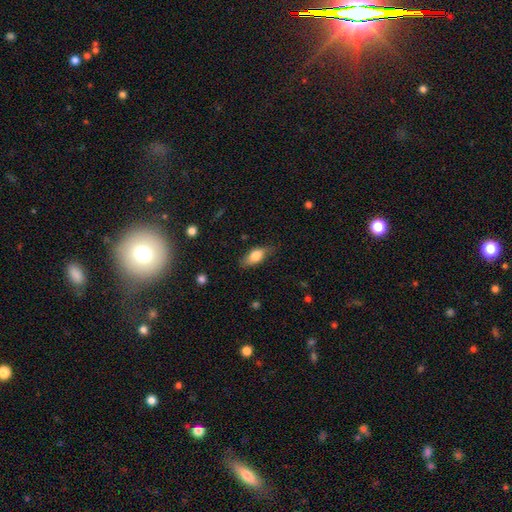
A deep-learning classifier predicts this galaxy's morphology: Q: Smooth or featured?
A: smooth (75%); runner-up: featured or disk (19%)
Q: How rounded?
A: in between (82%); runner-up: cigar-shaped (14%)
Q: Merging?
A: none (74%); runner-up: minor disturbance (20%)